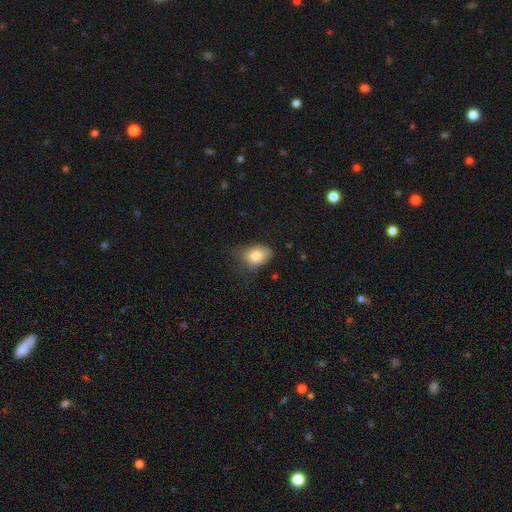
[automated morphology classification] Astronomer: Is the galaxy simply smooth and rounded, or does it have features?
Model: smooth — 81%.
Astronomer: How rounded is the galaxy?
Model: in between — 80%.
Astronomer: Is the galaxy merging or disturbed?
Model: none — 46% (runner-up: minor disturbance, 38%).